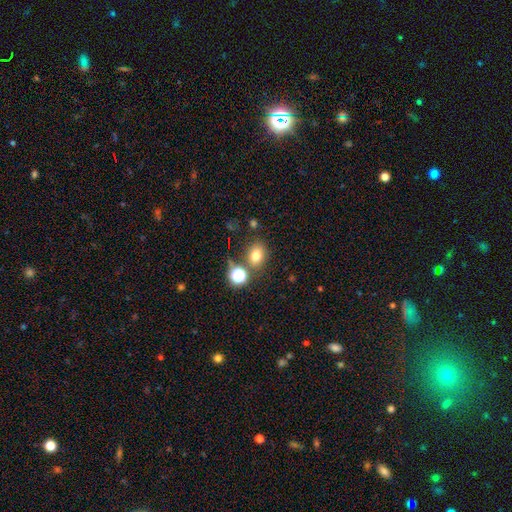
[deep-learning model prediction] smooth-or-featured: smooth: 75% | star or artifact: 16% | featured or disk: 9%
  how-rounded: round: 50% | in between: 49% | cigar-shaped: 1%
  merging: none: 71% | merger: 12% | minor disturbance: 12% | major disturbance: 4%